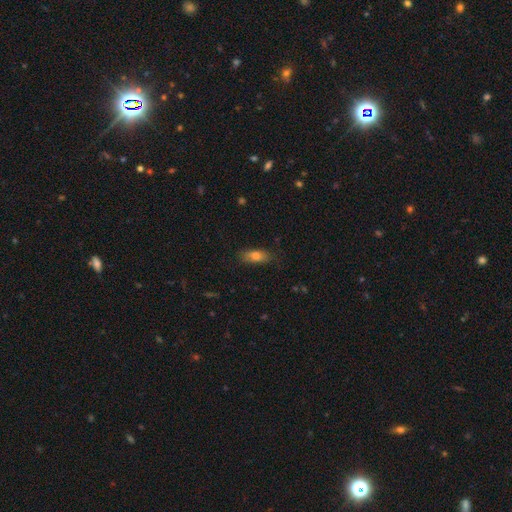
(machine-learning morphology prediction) type=smooth (77%); roundness=in between (71%); merging=none (79%).